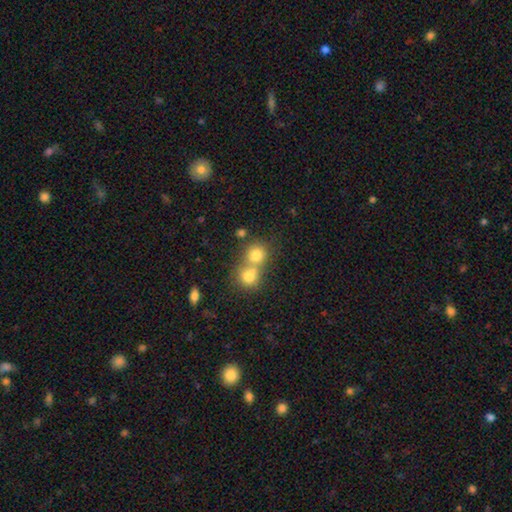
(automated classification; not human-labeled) Smooth or featured?
  - smooth: 76% *
  - star or artifact: 13%
  - featured or disk: 11%
How rounded?
  - round: 83% *
  - in between: 16%
  - cigar-shaped: 1%
Merging?
  - merger: 53% *
  - none: 38%
  - minor disturbance: 6%
  - major disturbance: 3%